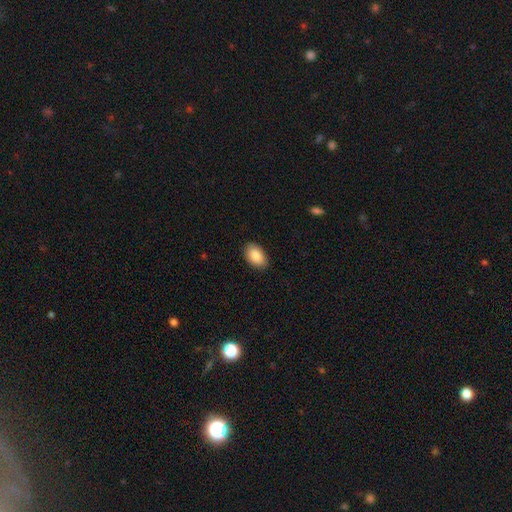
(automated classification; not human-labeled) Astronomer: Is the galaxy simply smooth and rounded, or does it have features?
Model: smooth — 89%.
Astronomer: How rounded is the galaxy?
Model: in between — 92%.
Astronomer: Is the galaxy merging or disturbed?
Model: none — 86%.